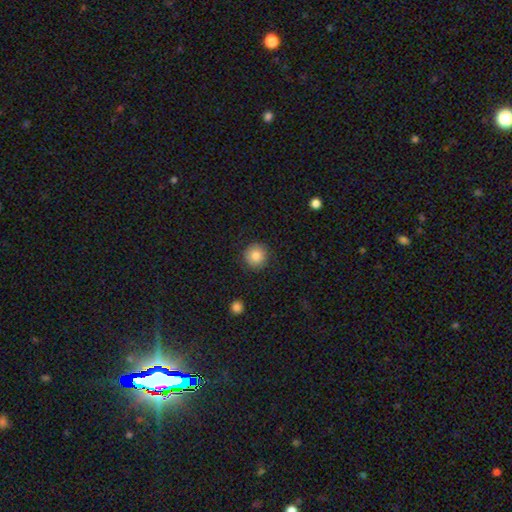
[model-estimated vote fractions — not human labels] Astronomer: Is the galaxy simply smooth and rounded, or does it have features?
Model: smooth — 84%.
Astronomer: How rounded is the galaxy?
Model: round — 93%.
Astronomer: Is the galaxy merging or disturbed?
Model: none — 90%.